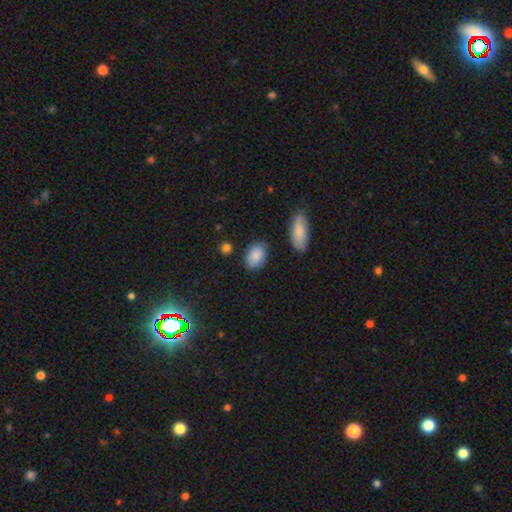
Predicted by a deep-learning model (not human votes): smooth_or_featured: smooth (p=0.88) [alt: star or artifact p=0.07]
how_rounded: in between (p=0.82) [alt: round p=0.16]
merging: none (p=0.78) [alt: minor disturbance p=0.15]